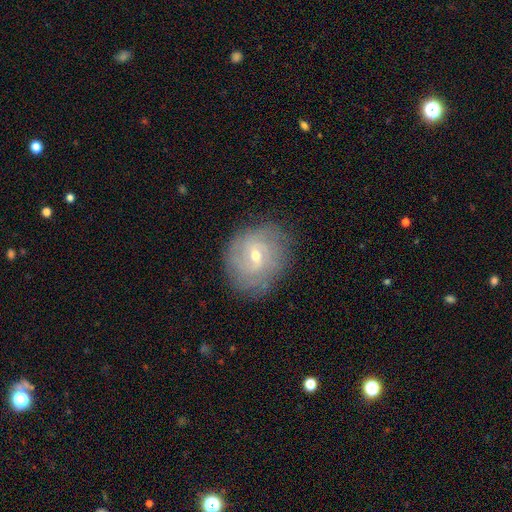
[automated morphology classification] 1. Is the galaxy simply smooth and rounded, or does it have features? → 67% featured or disk, 24% smooth, 9% star or artifact.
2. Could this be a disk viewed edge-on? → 96% no, 4% yes.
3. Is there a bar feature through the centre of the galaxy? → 52% weak, 38% no, 11% strong.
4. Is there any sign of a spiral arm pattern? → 81% yes, 19% no.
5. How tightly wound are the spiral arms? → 63% tight, 27% medium, 10% loose.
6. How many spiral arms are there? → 49% can't tell, 23% 2, 12% 3, 7% 4, 4% 1, 4% more than 4.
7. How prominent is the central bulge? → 54% small, 43% moderate, 2% large, 1% none, 1% dominant.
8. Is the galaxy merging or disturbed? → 79% none, 15% minor disturbance, 5% major disturbance, 1% merger.